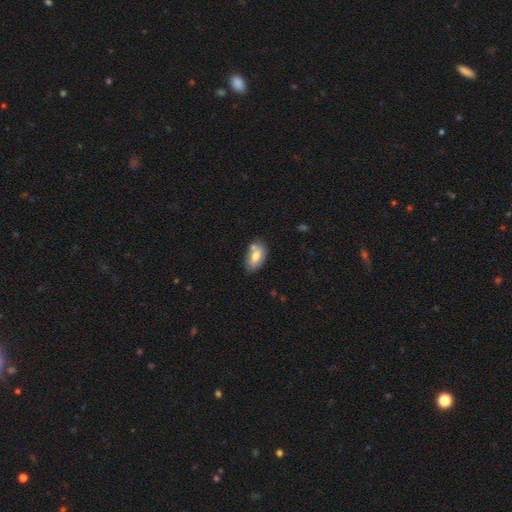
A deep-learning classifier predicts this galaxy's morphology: type=smooth (66%); roundness=in between (92%); merging=none (64%).